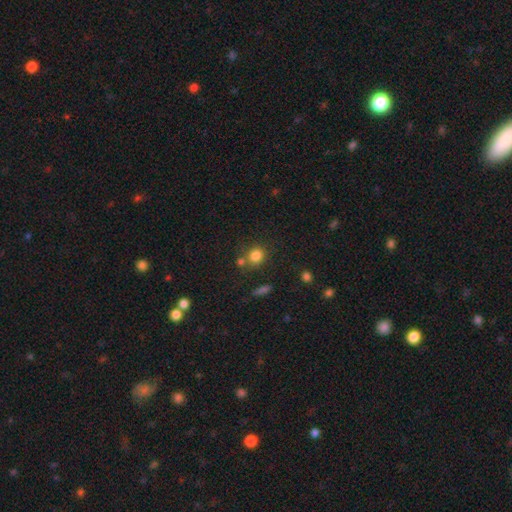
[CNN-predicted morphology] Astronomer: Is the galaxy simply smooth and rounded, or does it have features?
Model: smooth — 81%.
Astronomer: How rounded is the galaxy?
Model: round — 75%.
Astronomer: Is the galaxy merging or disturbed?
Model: none — 68%.